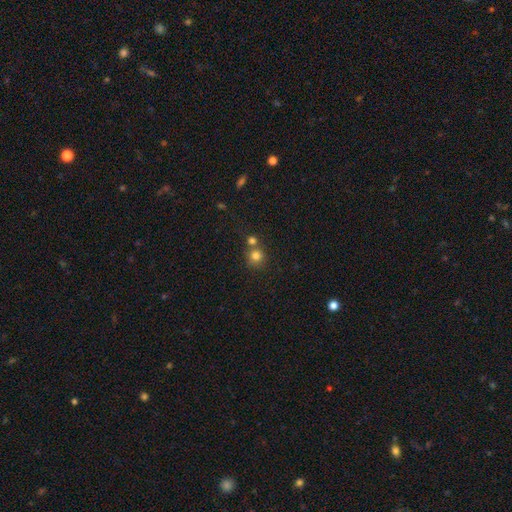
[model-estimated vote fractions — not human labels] Q: Smooth or featured?
A: smooth (80%); runner-up: star or artifact (13%)
Q: How rounded?
A: round (90%); runner-up: in between (9%)
Q: Merging?
A: none (59%); runner-up: merger (30%)